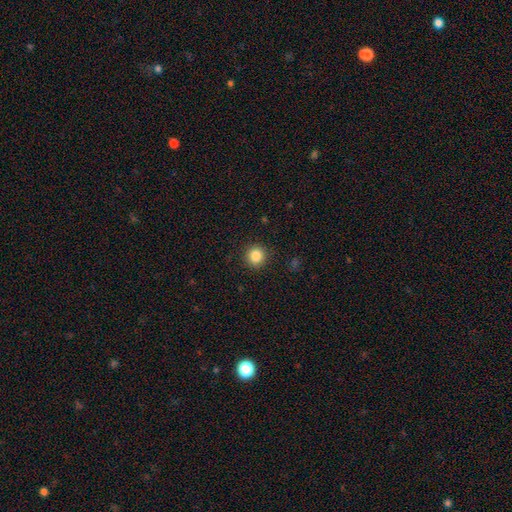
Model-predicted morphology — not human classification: Smooth or featured? Predicted: smooth (p=0.86). How rounded? Predicted: round (p=0.93). Merging? Predicted: none (p=0.91).